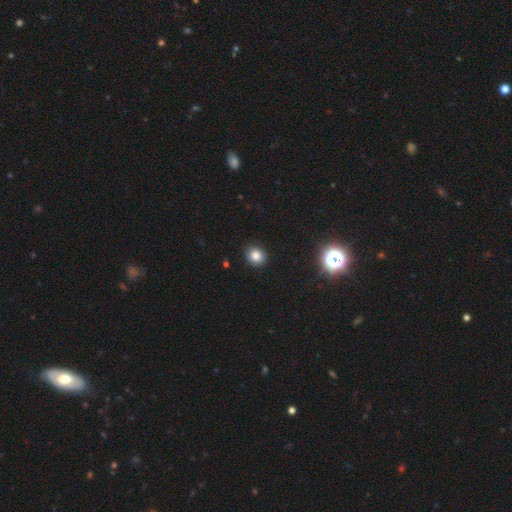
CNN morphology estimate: Smooth or featured? smooth (80%)
How rounded? round (75%)
Merging? none (87%)